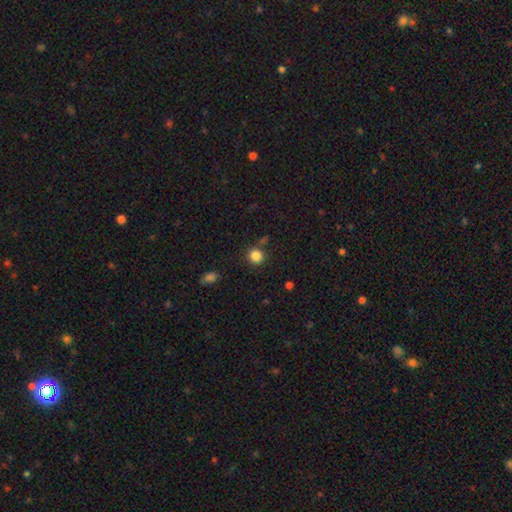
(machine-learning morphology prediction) Smooth or featured?
  - smooth: 85% *
  - star or artifact: 11%
  - featured or disk: 4%
How rounded?
  - round: 90% *
  - in between: 9%
  - cigar-shaped: 1%
Merging?
  - none: 80% *
  - minor disturbance: 10%
  - merger: 7%
  - major disturbance: 3%